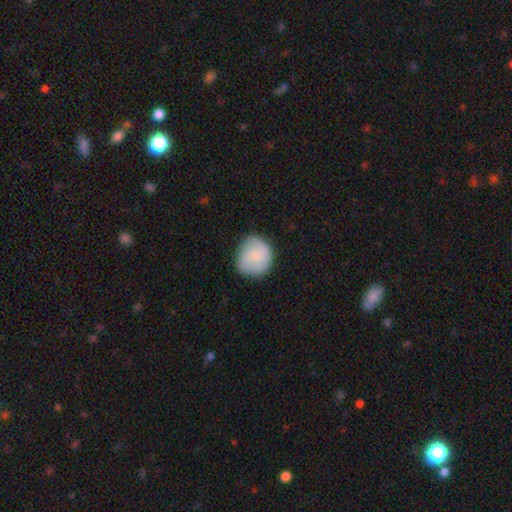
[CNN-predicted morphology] Q: Smooth or featured?
A: smooth (68%); runner-up: featured or disk (26%)
Q: How rounded?
A: round (85%); runner-up: in between (14%)
Q: Merging?
A: none (78%); runner-up: minor disturbance (17%)